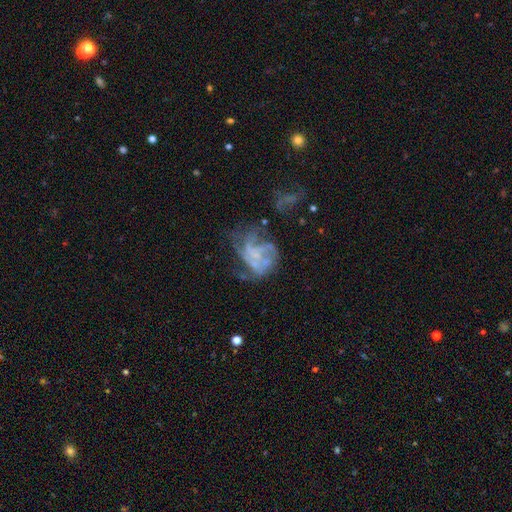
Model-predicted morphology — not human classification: The model was most divided on "spiral arms": no: 52%, yes: 48%. Remaining: edge-on disk — no (98%); bar — no (82%); bulge size — none (70%); smooth or featured — featured or disk (67%); merging — major disturbance (40%).